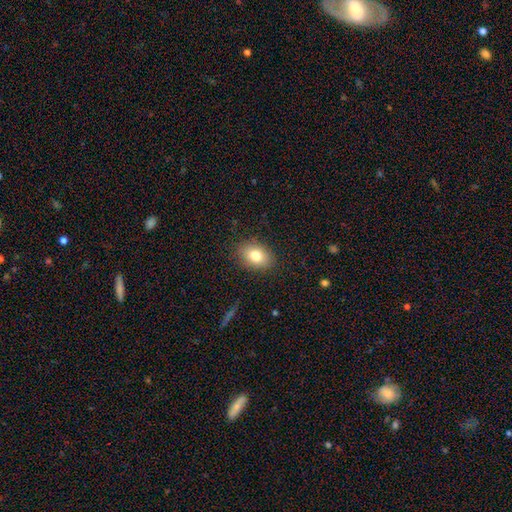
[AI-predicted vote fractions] Smooth or featured: smooth — 79% (featured or disk — 11%)
How rounded: in between — 73% (round — 26%)
Merging: none — 86% (minor disturbance — 10%)